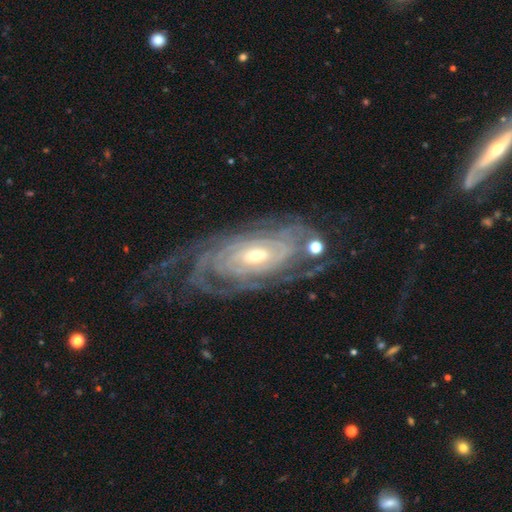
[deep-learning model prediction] Overall: featured or disk (89%). Edge-on disk: no (93%). Bar: no (50%; weak 33%). Spiral arms: yes (97%). Spiral arm count: can't tell (34%; 4 19%). Spiral winding: tight (76%). Bulge size: moderate (52%; small 42%). Merging: none (67%).